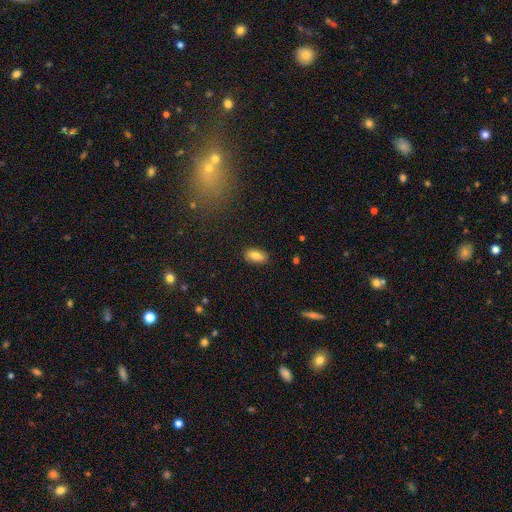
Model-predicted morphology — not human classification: smooth_or_featured: smooth (p=0.81) [alt: featured or disk p=0.10]
how_rounded: in between (p=0.90) [alt: cigar-shaped p=0.06]
merging: none (p=0.86) [alt: minor disturbance p=0.10]